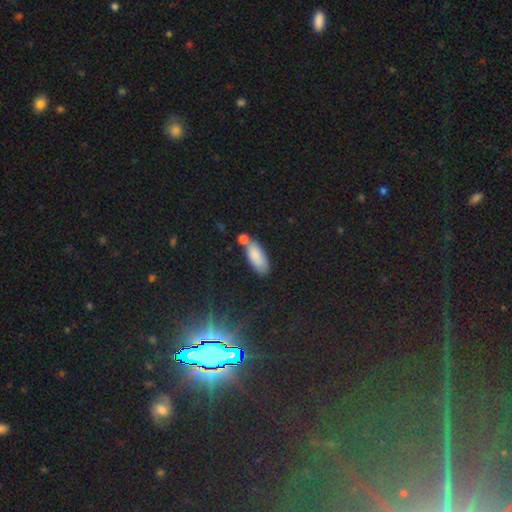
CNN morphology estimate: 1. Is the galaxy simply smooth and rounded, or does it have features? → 82% smooth, 9% featured or disk, 9% star or artifact.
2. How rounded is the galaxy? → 80% in between, 17% cigar-shaped, 3% round.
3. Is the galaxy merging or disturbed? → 52% none, 26% merger, 17% minor disturbance, 5% major disturbance.